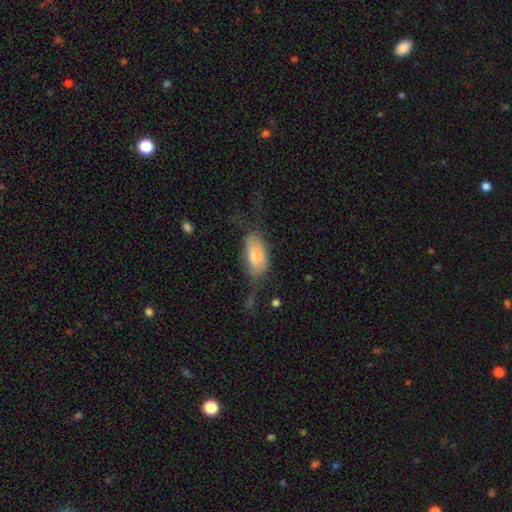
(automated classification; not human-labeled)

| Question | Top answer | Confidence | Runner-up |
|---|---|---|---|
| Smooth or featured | smooth | 75% | featured or disk (18%) |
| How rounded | in between | 92% | cigar-shaped (5%) |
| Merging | major disturbance | 36% | none (30%) |